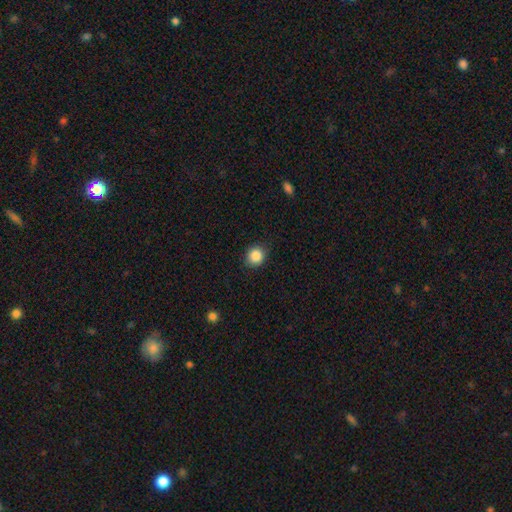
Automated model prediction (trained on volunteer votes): smooth-or-featured: smooth: 87% | star or artifact: 9% | featured or disk: 4%
  how-rounded: round: 84% | in between: 15% | cigar-shaped: 1%
  merging: none: 87% | minor disturbance: 9% | major disturbance: 2% | merger: 1%